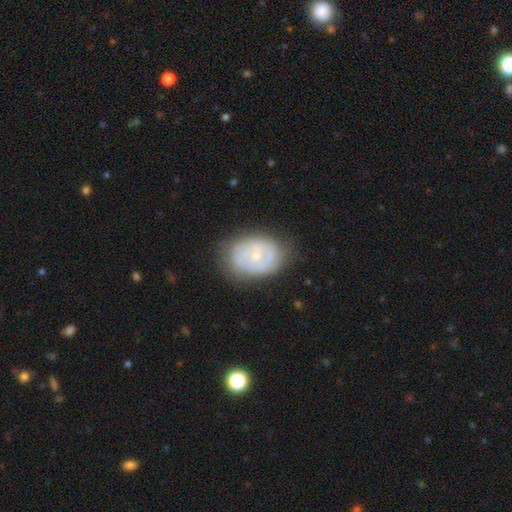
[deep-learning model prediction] featured or disk 61%, smooth 32%, star or artifact 7%. Down the decision tree: edge-on disk — no (96%); bar — no (79%); spiral arms — no (51%); bulge size — small (63%); merging — none (70%).